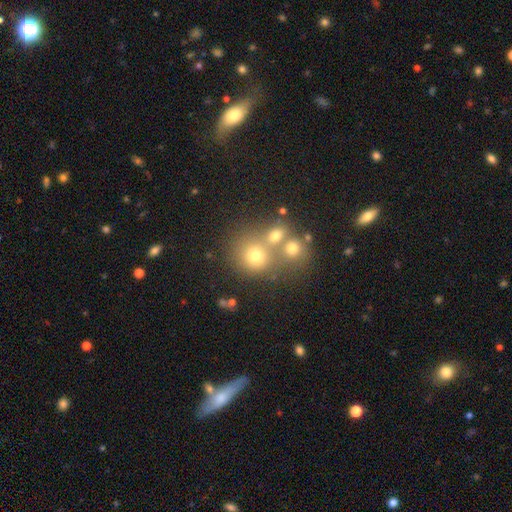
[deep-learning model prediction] Smooth or featured?
  - smooth: 71% *
  - star or artifact: 16%
  - featured or disk: 13%
How rounded?
  - round: 83% *
  - in between: 16%
  - cigar-shaped: 1%
Merging?
  - none: 46% *
  - merger: 42%
  - minor disturbance: 8%
  - major disturbance: 4%